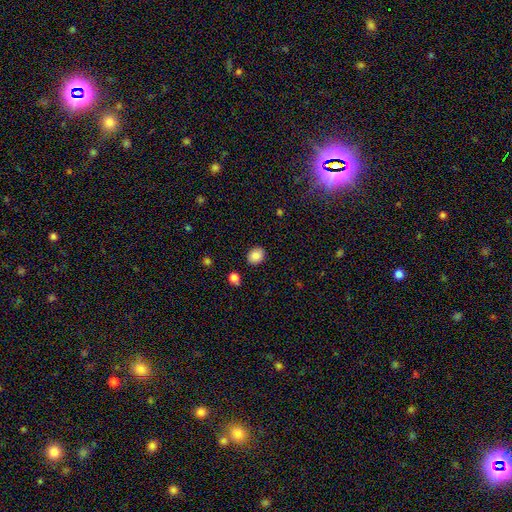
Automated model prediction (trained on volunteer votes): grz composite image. It shows a smooth galaxy with no disk features (86%) that is in between round and cigar-shaped (53%). Merging: none (87%).